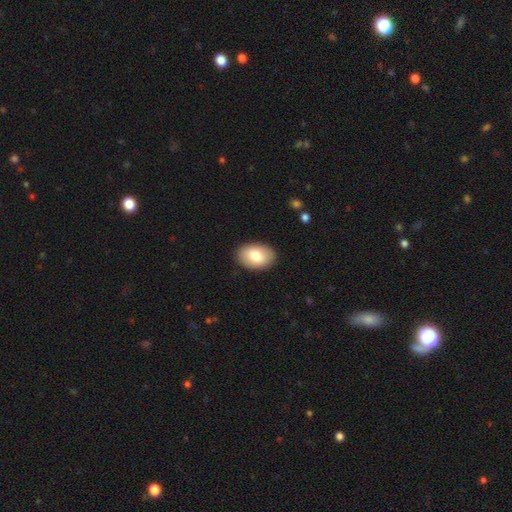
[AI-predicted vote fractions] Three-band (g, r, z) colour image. It shows a smooth galaxy with no disk features (80%) that is in between round and cigar-shaped (88%). Merging: none (88%).